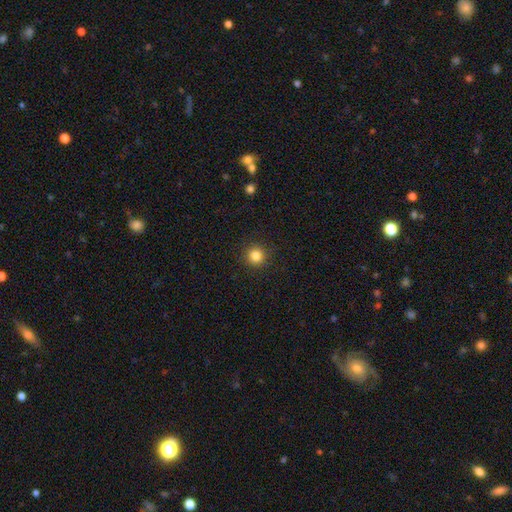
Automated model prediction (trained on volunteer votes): The model was most divided on "smooth or featured": smooth: 84%, star or artifact: 12%, featured or disk: 4%. More confident: how rounded — round (95%); merging — none (92%).